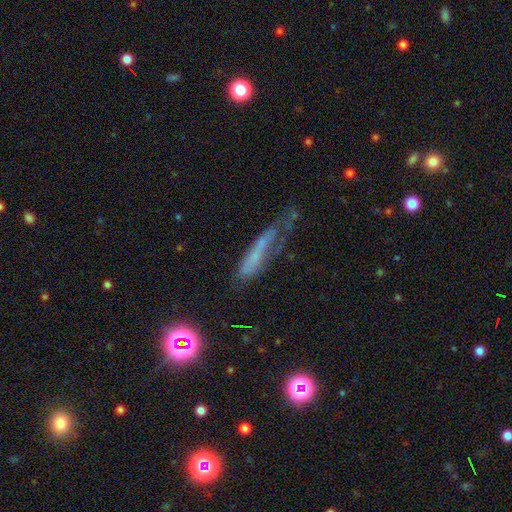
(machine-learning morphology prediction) Smooth or featured? smooth (44%)
Merging? none (35%)